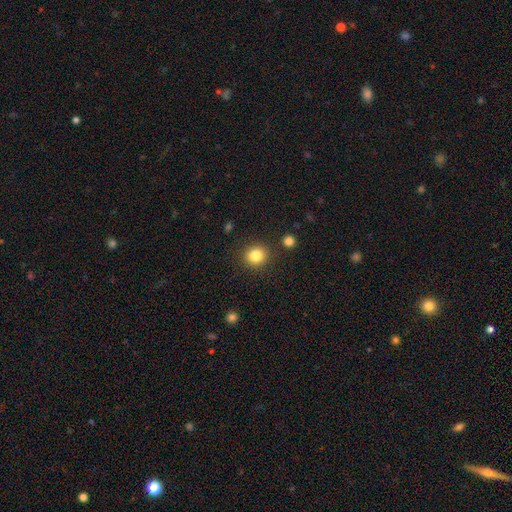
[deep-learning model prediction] This appears to be a smooth galaxy with no disk features (83%) that is round (86%). Merging: none (89%).